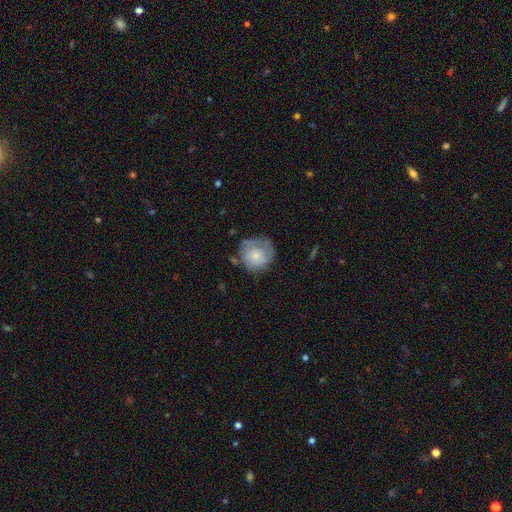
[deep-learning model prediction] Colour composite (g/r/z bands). It shows a smooth galaxy with no disk features (53%) that is round (85%). Merging: none (58%).